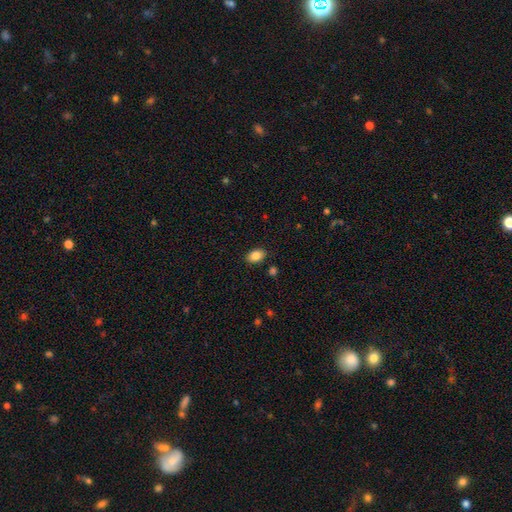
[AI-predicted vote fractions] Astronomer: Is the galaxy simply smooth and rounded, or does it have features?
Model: smooth — 86%.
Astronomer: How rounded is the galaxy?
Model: in between — 86%.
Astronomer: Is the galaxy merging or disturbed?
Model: none — 86%.